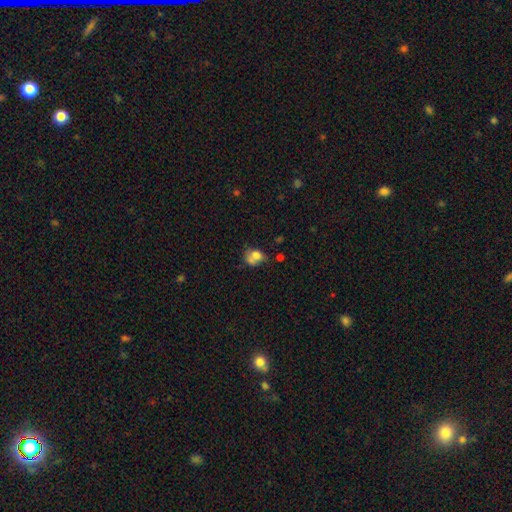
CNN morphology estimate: Smooth or featured? smooth (71%)
How rounded? in between (55%)
Merging? merger (39%)